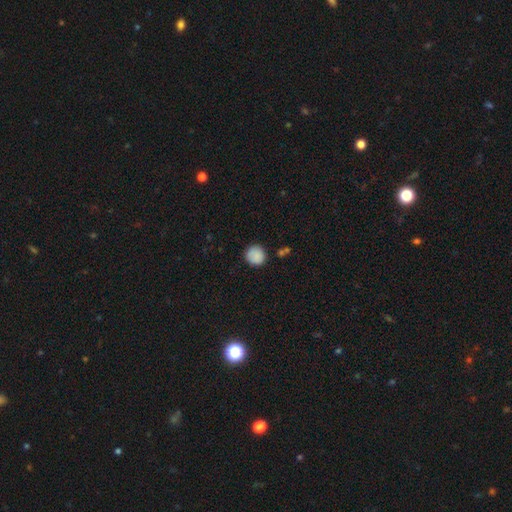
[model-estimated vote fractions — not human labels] smooth_or_featured: smooth (p=0.87) [alt: star or artifact p=0.08]
how_rounded: round (p=0.92) [alt: in between p=0.07]
merging: none (p=0.84) [alt: minor disturbance p=0.11]